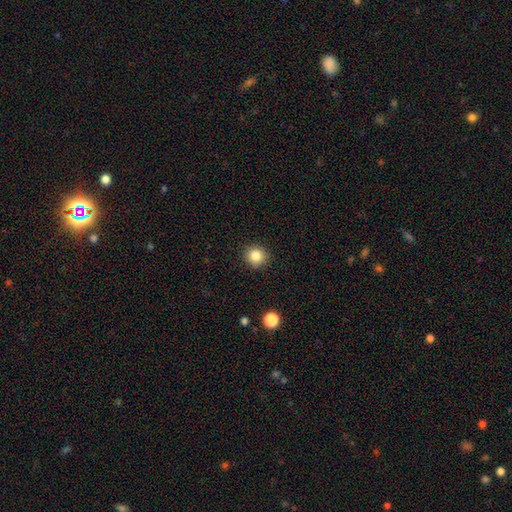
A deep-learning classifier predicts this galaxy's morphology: Smooth or featured? Predicted: smooth (p=0.84). How rounded? Predicted: round (p=0.91). Merging? Predicted: none (p=0.91).